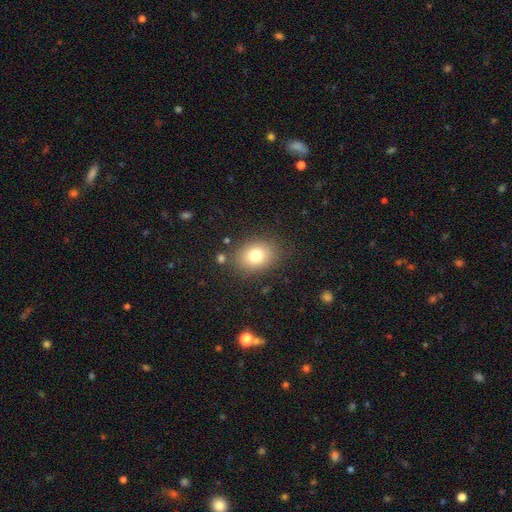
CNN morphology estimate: A smooth galaxy with no disk features (78%) that is in between round and cigar-shaped (58%).

Vote fractions:
- Smooth or featured? smooth: 78% / featured or disk: 11% / star or artifact: 11%
- How rounded? in between: 58% / round: 41% / cigar-shaped: 1%
- Merging? none: 83% / minor disturbance: 11% / major disturbance: 4% / merger: 3%